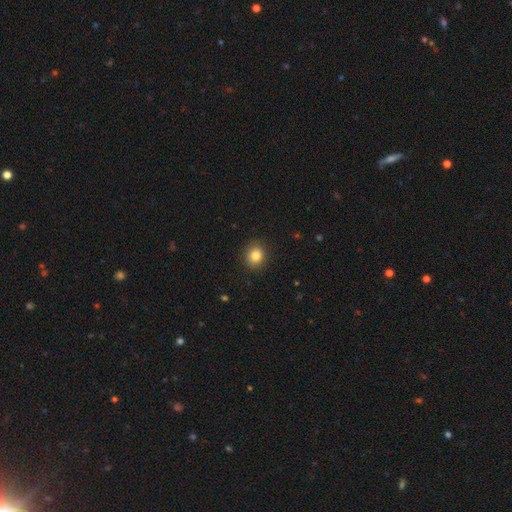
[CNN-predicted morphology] A smooth galaxy with no disk features (84%) that is round (76%).

Vote fractions:
- Smooth or featured? smooth: 84% / star or artifact: 11% / featured or disk: 6%
- How rounded? round: 76% / in between: 23% / cigar-shaped: 1%
- Merging? none: 90% / minor disturbance: 7% / major disturbance: 2% / merger: 1%